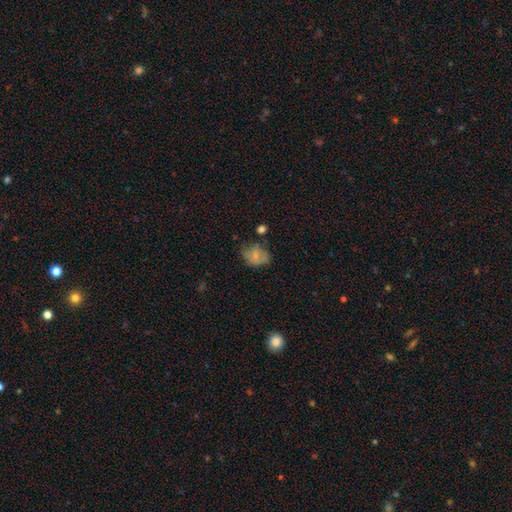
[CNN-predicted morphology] Smooth or featured? smooth (68%)
How rounded? in between (58%)
Merging? none (49%)